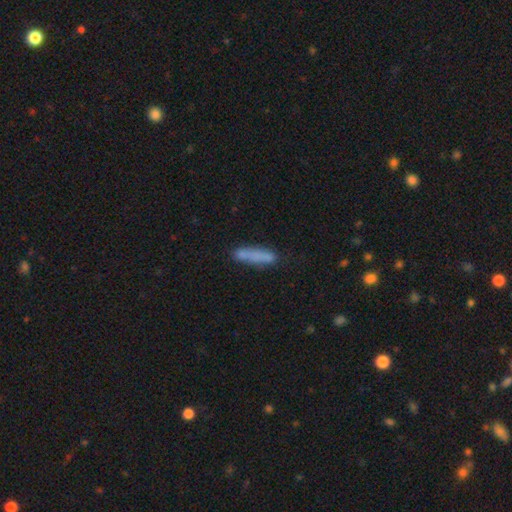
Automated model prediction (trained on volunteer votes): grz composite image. It shows a smooth galaxy with no disk features (78%) that is cigar-shaped (86%). Merging: none (75%).